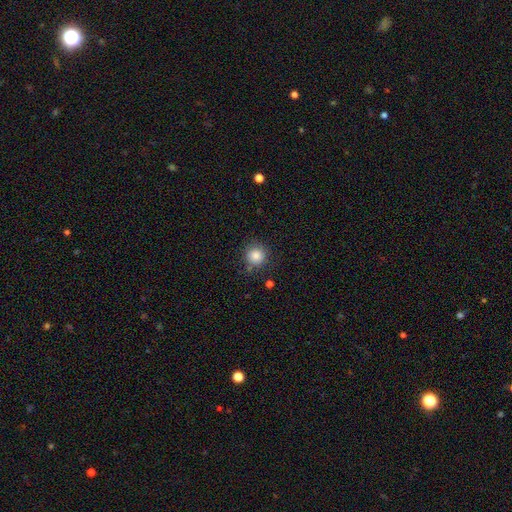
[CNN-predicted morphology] Smooth or featured? Predicted: smooth (p=0.84). How rounded? Predicted: round (p=0.92). Merging? Predicted: none (p=0.82).